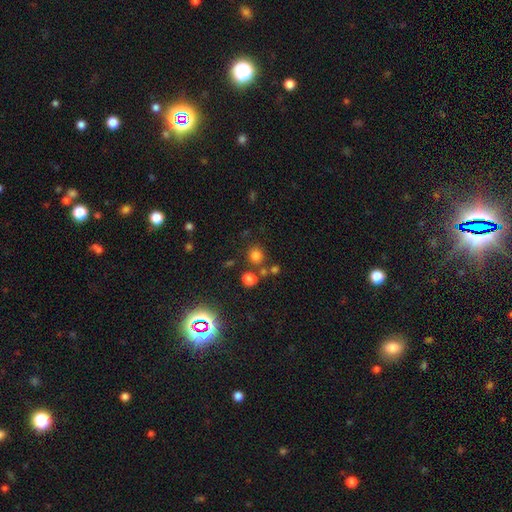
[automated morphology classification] Smooth or featured? smooth (72%)
How rounded? round (85%)
Merging? none (74%)